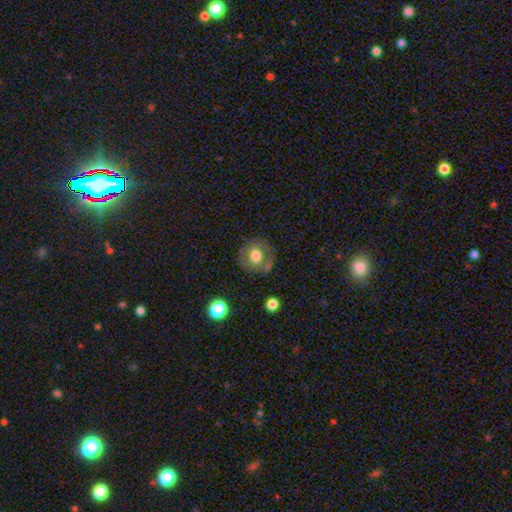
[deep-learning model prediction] A smooth galaxy with no disk features (64%) that is round (84%).

Vote fractions:
- Smooth or featured? smooth: 64% / featured or disk: 27% / star or artifact: 9%
- How rounded? round: 84% / in between: 15% / cigar-shaped: 1%
- Merging? none: 71% / minor disturbance: 16% / major disturbance: 7% / merger: 5%